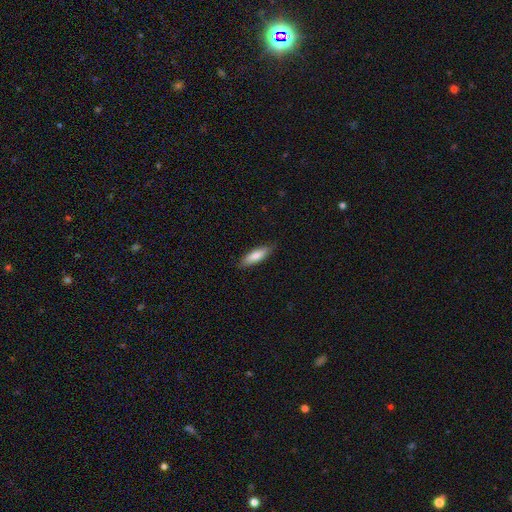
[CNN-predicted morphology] Overall: smooth (79%). How rounded: cigar-shaped (51%; in between 47%). Merging: none (84%).